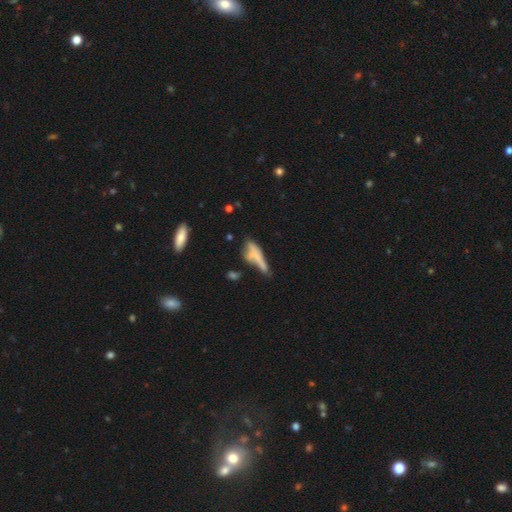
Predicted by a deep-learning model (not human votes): smooth_or_featured: smooth (p=0.59) [alt: featured or disk p=0.31]
how_rounded: cigar-shaped (p=0.68) [alt: in between p=0.28]
merging: none (p=0.37) [alt: merger p=0.27]